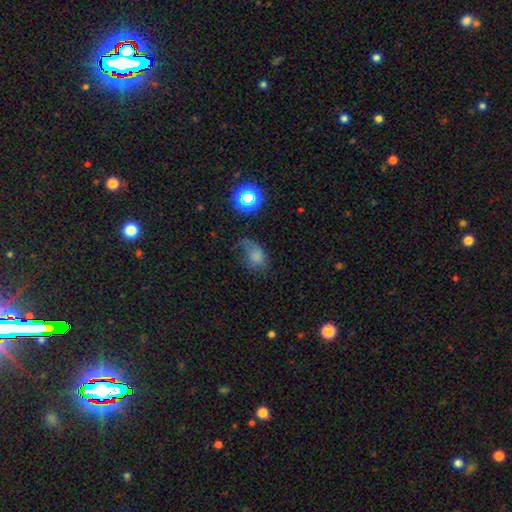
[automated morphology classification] Smooth or featured? Predicted: smooth (p=0.63). How rounded? Predicted: in between (p=0.69). Merging? Predicted: major disturbance (p=0.40).